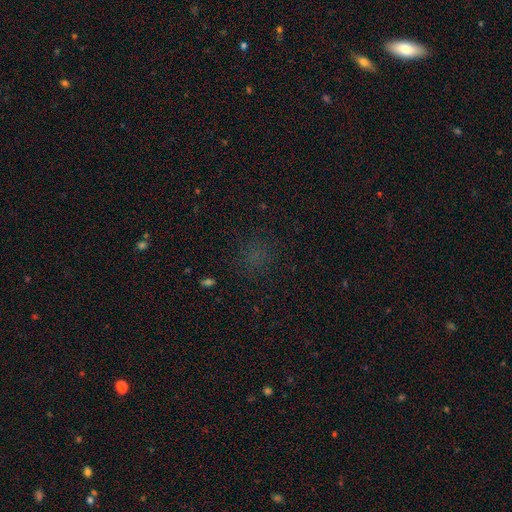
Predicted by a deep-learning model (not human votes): Smooth or featured: smooth — 52% (star or artifact — 39%)
How rounded: round — 82% (in between — 16%)
Merging: none — 79% (minor disturbance — 12%)